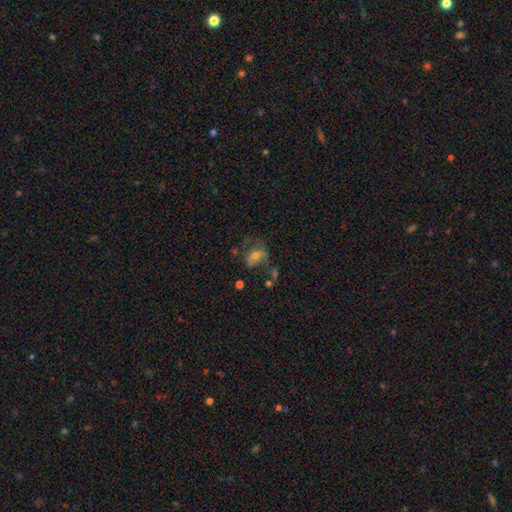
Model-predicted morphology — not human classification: Q: Smooth or featured?
A: featured or disk (44%); runner-up: smooth (41%)
Q: Merging?
A: none (45%); runner-up: major disturbance (25%)